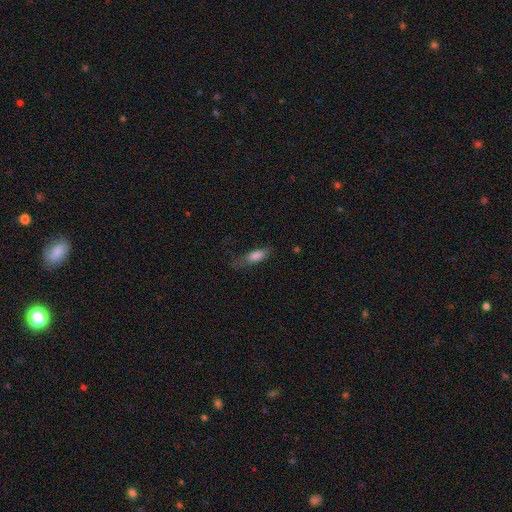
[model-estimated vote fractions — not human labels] Morphology: type=smooth (78%); roundness=in between (65%); merging=none (48%).